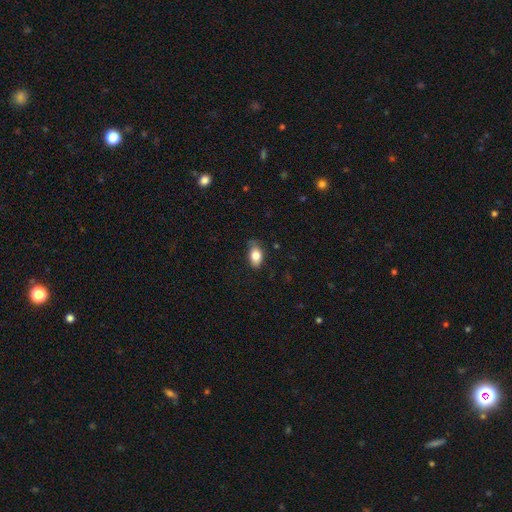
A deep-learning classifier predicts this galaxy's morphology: Smooth or featured?
  - smooth: 81% *
  - featured or disk: 11%
  - star or artifact: 7%
How rounded?
  - in between: 89% *
  - round: 8%
  - cigar-shaped: 3%
Merging?
  - none: 74% *
  - minor disturbance: 21%
  - major disturbance: 4%
  - merger: 1%